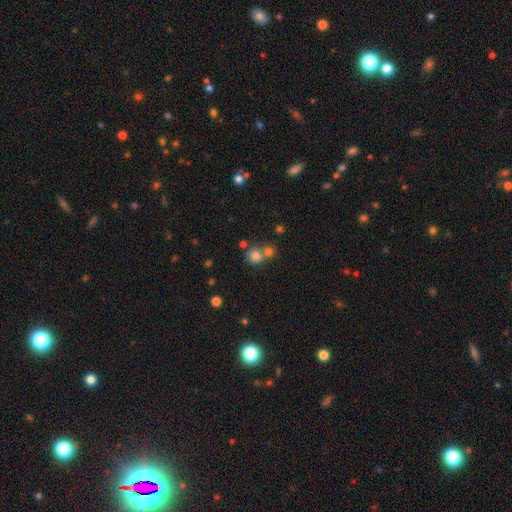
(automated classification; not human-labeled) Smooth or featured? Predicted: smooth (p=0.76). How rounded? Predicted: round (p=0.86). Merging? Predicted: none (p=0.50).